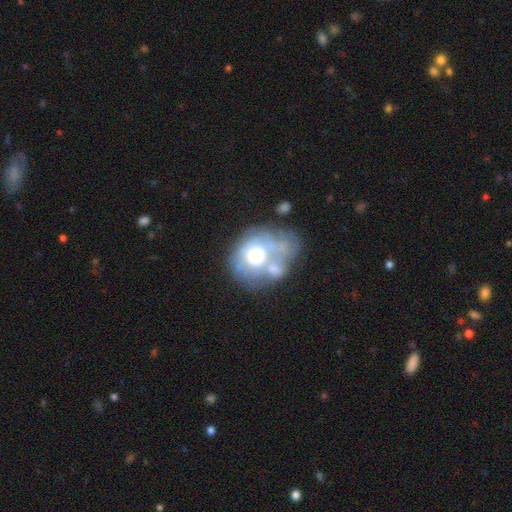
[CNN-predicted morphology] smooth-or-featured: featured or disk: 59% | smooth: 33% | star or artifact: 9%
  disk-edge-on: no: 98% | yes: 2%
    bar: no: 88% | weak: 9% | strong: 2%
    has-spiral-arms: no: 72% | yes: 28%
    bulge-size: moderate: 38% | small: 31% | large: 18% | none: 8% | dominant: 5%
  merging: merger: 35% | none: 25% | major disturbance: 24% | minor disturbance: 16%